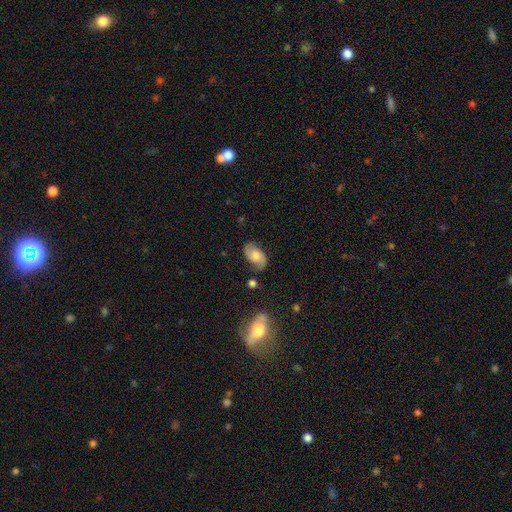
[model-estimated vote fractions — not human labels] Overall: featured or disk (53%; smooth 39%). Edge-on disk: no (95%). Bar: no (65%; weak 30%). Spiral arms: yes (89%). Bulge size: moderate (45%; small 23%). Merging: none (72%).